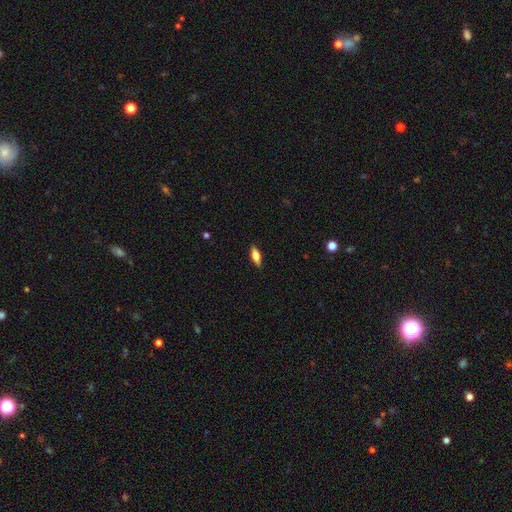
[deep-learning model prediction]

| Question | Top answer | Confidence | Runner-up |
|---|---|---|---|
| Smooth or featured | smooth | 58% | featured or disk (35%) |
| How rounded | in between | 63% | cigar-shaped (33%) |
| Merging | none | 89% | minor disturbance (9%) |